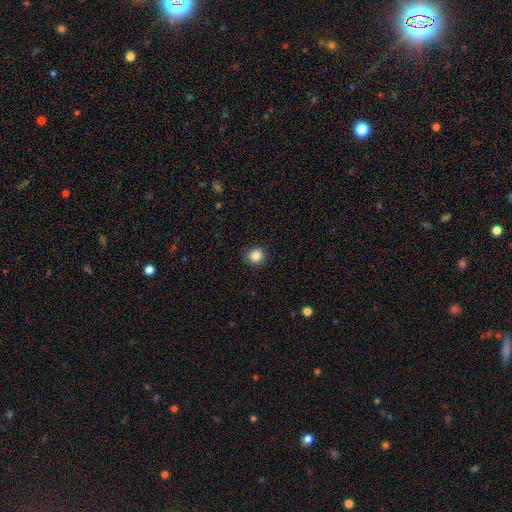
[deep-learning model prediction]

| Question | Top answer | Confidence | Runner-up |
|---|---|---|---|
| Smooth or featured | smooth | 86% | star or artifact (10%) |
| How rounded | round | 91% | in between (8%) |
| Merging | none | 91% | minor disturbance (6%) |